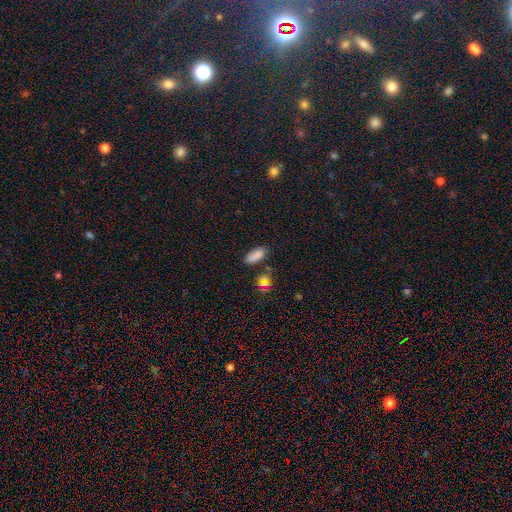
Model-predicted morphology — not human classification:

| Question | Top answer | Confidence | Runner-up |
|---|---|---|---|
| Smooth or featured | smooth | 80% | star or artifact (16%) |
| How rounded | in between | 78% | cigar-shaped (18%) |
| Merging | none | 81% | minor disturbance (12%) |